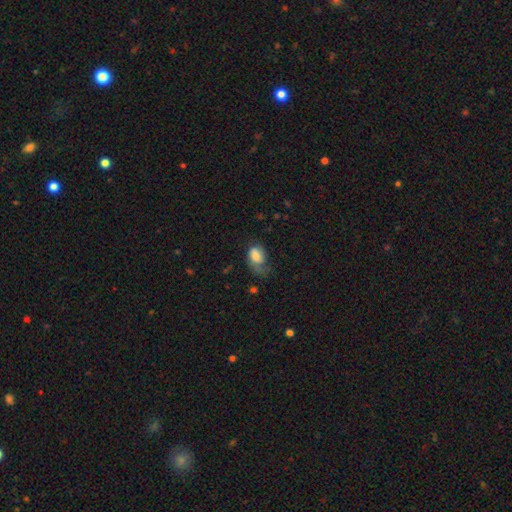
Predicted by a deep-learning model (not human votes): This appears to be a smooth galaxy with no disk features (67%) that is in between round and cigar-shaped (81%). Merging: major disturbance (38%).